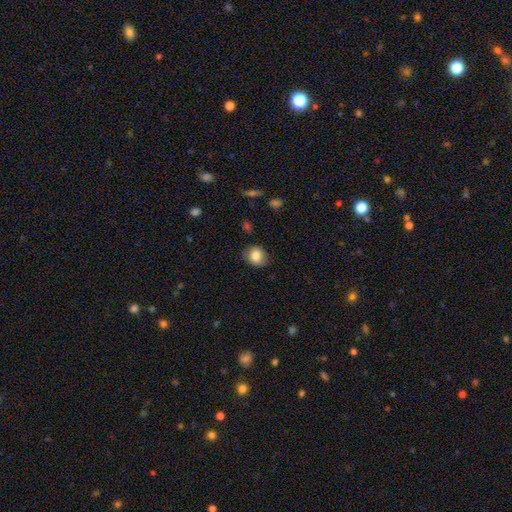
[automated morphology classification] Smooth or featured? smooth (82%)
How rounded? round (70%)
Merging? none (78%)